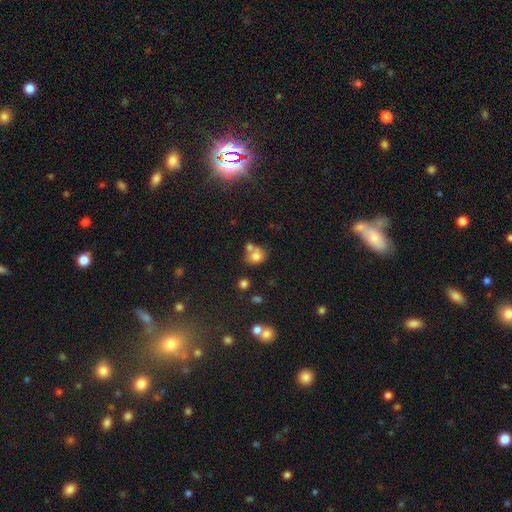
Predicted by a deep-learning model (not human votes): smooth-or-featured: smooth: 74% | featured or disk: 14% | star or artifact: 13%
  how-rounded: round: 66% | in between: 33% | cigar-shaped: 1%
  merging: merger: 42% | none: 40% | minor disturbance: 12% | major disturbance: 5%